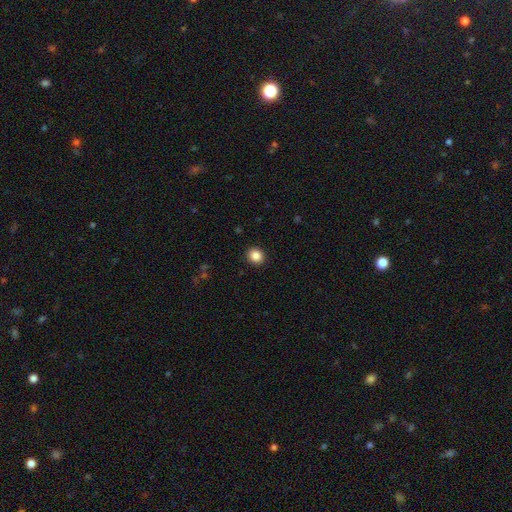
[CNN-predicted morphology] A smooth galaxy with no disk features (87%) that is round (80%).

Vote fractions:
- Smooth or featured? smooth: 87% / star or artifact: 10% / featured or disk: 4%
- How rounded? round: 80% / in between: 19% / cigar-shaped: 1%
- Merging? none: 92% / minor disturbance: 5% / major disturbance: 2% / merger: 1%